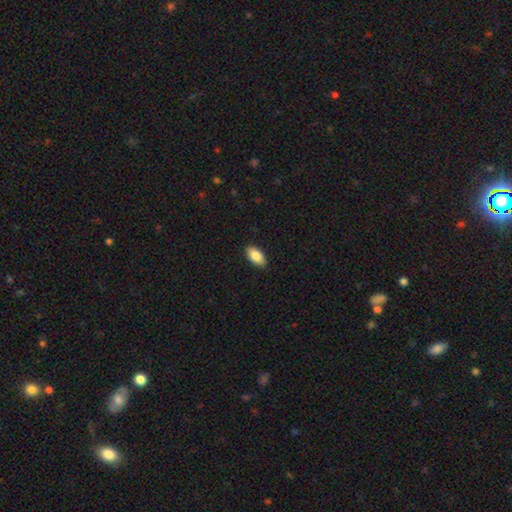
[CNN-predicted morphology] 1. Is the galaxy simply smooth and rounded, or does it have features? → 85% smooth, 9% featured or disk, 6% star or artifact.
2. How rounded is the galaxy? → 94% in between, 4% cigar-shaped, 3% round.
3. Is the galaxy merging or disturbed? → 90% none, 8% minor disturbance, 2% major disturbance, 1% merger.